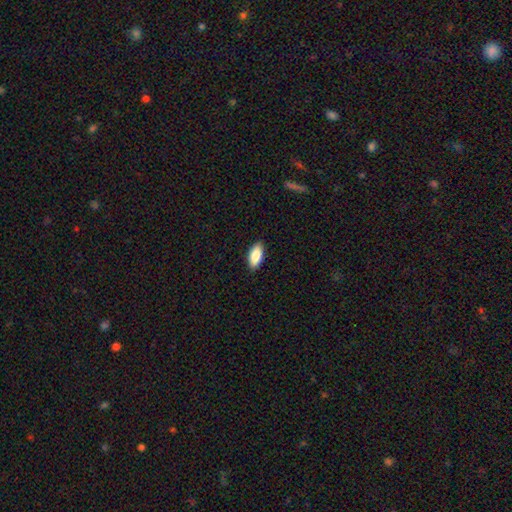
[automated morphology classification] This is clearly a smooth galaxy (87%). How rounded: clearly in between (90%). Merging: clearly none (89%).